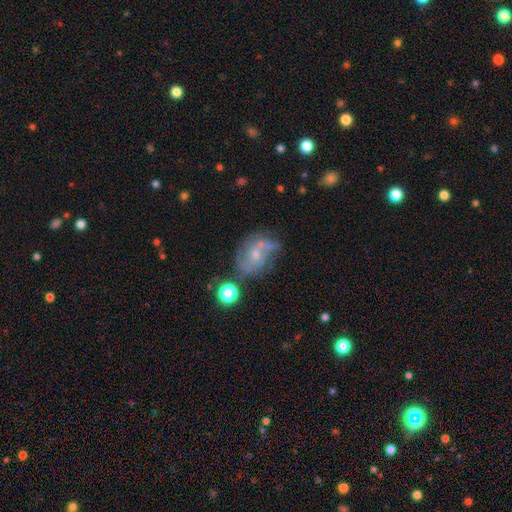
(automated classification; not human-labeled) This appears to be a featured or disk galaxy (59%) with no bar (63%), spiral arms (66%) and a small central bulge (57%). Merging: none (44%).